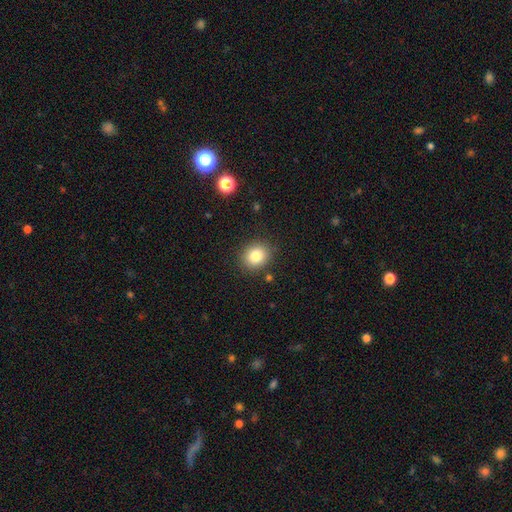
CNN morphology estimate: This appears to be a smooth galaxy with no disk features (82%) that is round (73%). Merging: none (87%).